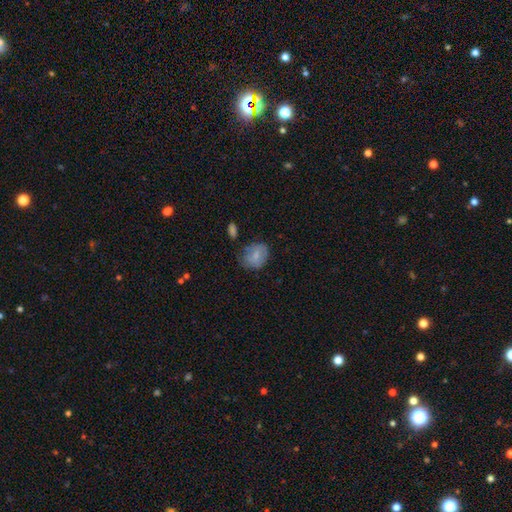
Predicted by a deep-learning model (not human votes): This appears to be a smooth galaxy with no disk features (72%) that is in between round and cigar-shaped (53%). Merging: none (58%).